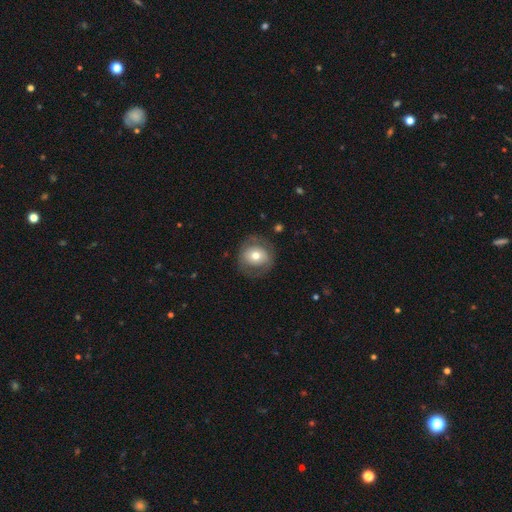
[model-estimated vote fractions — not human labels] Q: Smooth or featured?
A: smooth (59%); runner-up: featured or disk (33%)
Q: How rounded?
A: round (80%); runner-up: in between (19%)
Q: Merging?
A: none (75%); runner-up: minor disturbance (14%)